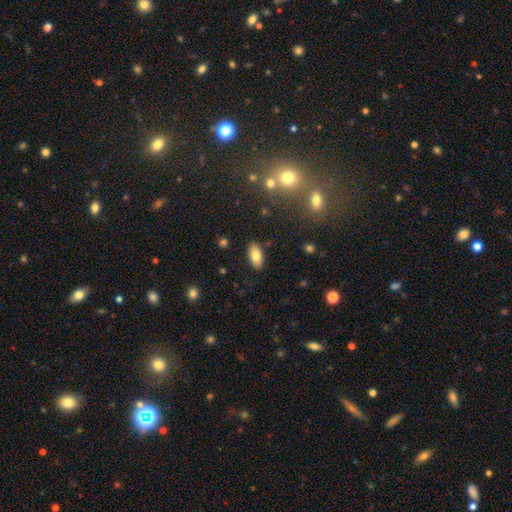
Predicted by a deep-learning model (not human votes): smooth-or-featured: smooth: 80% | featured or disk: 11% | star or artifact: 9%
  how-rounded: in between: 91% | cigar-shaped: 7% | round: 3%
  merging: none: 87% | minor disturbance: 9% | major disturbance: 2% | merger: 1%